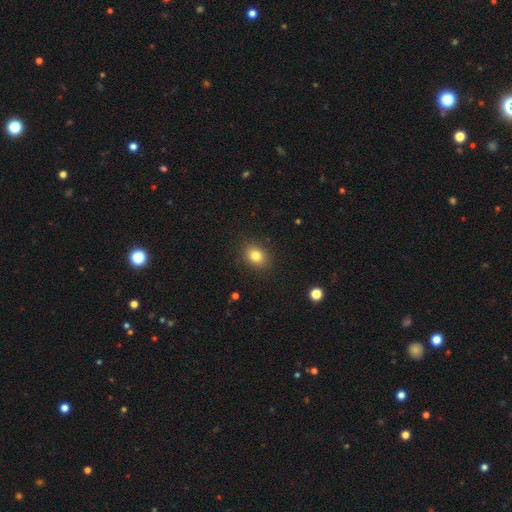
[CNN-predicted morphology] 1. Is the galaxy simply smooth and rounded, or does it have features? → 81% smooth, 11% star or artifact, 8% featured or disk.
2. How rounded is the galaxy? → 51% round, 48% in between, 1% cigar-shaped.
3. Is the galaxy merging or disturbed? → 88% none, 8% minor disturbance, 3% major disturbance, 1% merger.